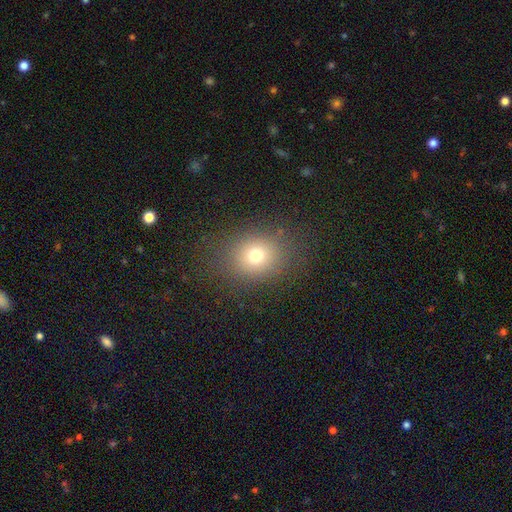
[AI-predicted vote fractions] Smooth or featured?
  - smooth: 73% *
  - star or artifact: 17%
  - featured or disk: 10%
How rounded?
  - round: 67% *
  - in between: 32%
  - cigar-shaped: 1%
Merging?
  - none: 84% *
  - minor disturbance: 10%
  - major disturbance: 5%
  - merger: 1%